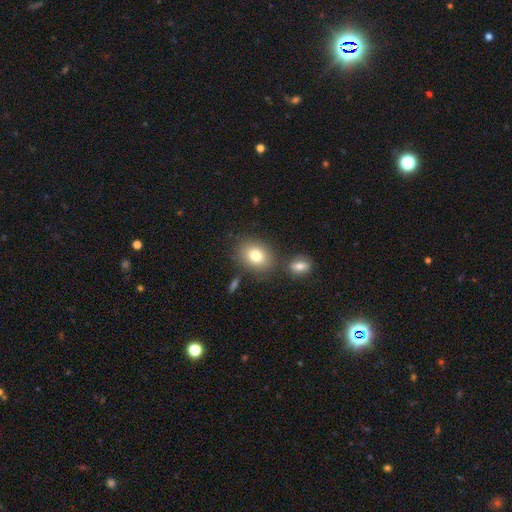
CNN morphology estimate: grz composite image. It shows a smooth galaxy with no disk features (80%) that is in between round and cigar-shaped (62%). Merging: none (73%).